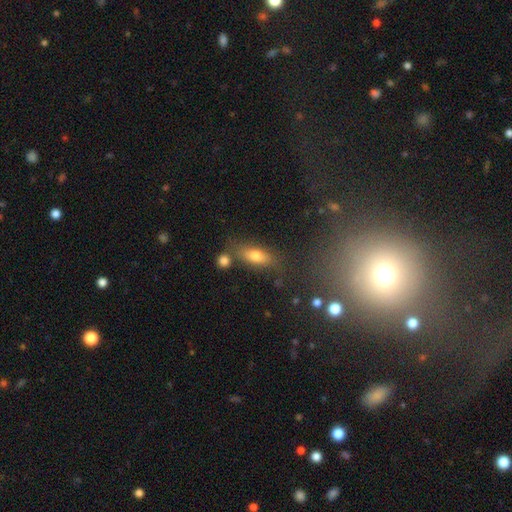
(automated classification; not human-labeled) smooth_or_featured: smooth (p=0.73) [alt: featured or disk p=0.17]
how_rounded: in between (p=0.73) [alt: cigar-shaped p=0.21]
merging: none (p=0.69) [alt: minor disturbance p=0.15]